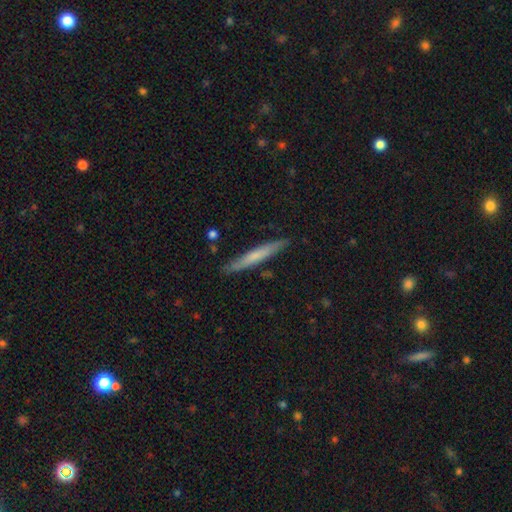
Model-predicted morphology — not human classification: smooth-or-featured: smooth: 58% | featured or disk: 37% | star or artifact: 6%
  how-rounded: cigar-shaped: 96% | in between: 3% | round: 1%
  merging: none: 87% | minor disturbance: 10% | major disturbance: 2% | merger: 2%